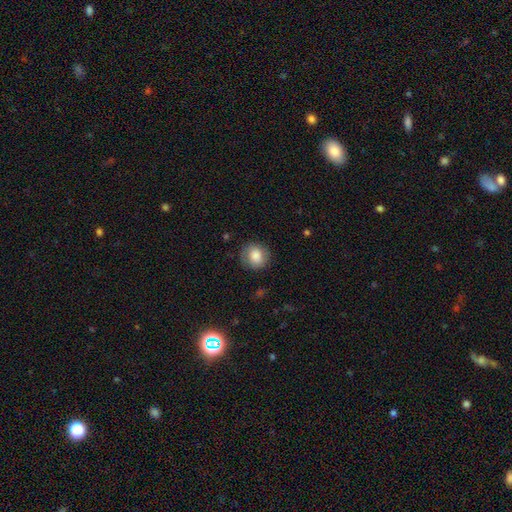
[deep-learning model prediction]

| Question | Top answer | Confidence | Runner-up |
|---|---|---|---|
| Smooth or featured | smooth | 78% | featured or disk (14%) |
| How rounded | round | 81% | in between (18%) |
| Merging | none | 77% | minor disturbance (16%) |